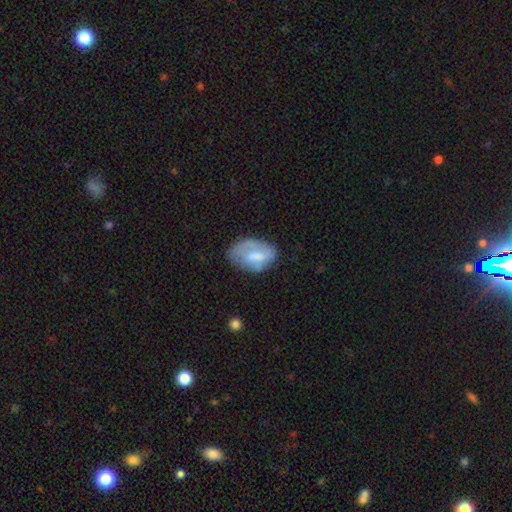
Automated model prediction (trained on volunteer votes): smooth-or-featured: smooth: 58% | featured or disk: 36% | star or artifact: 7%
  how-rounded: in between: 90% | round: 8% | cigar-shaped: 2%
  merging: none: 52% | minor disturbance: 31% | major disturbance: 14% | merger: 3%